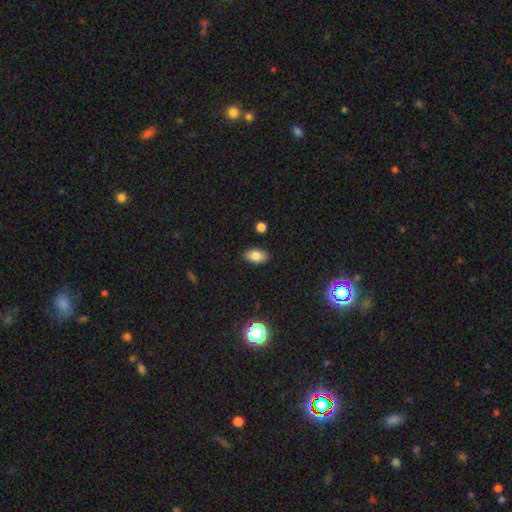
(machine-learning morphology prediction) Smooth or featured: smooth — 81% (star or artifact — 10%)
How rounded: in between — 91% (round — 7%)
Merging: none — 88% (minor disturbance — 8%)